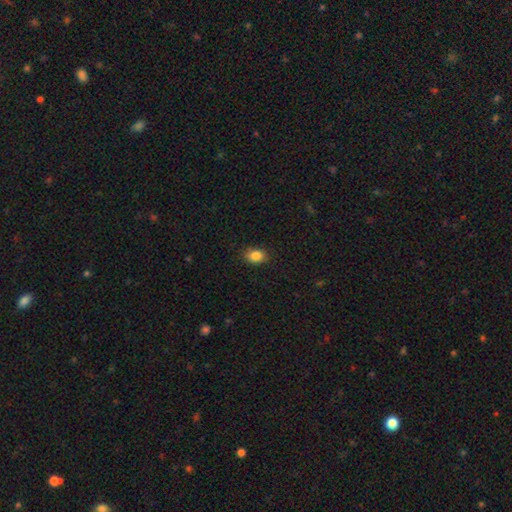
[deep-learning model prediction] Morphology: type=smooth (87%); roundness=in between (73%); merging=none (87%).